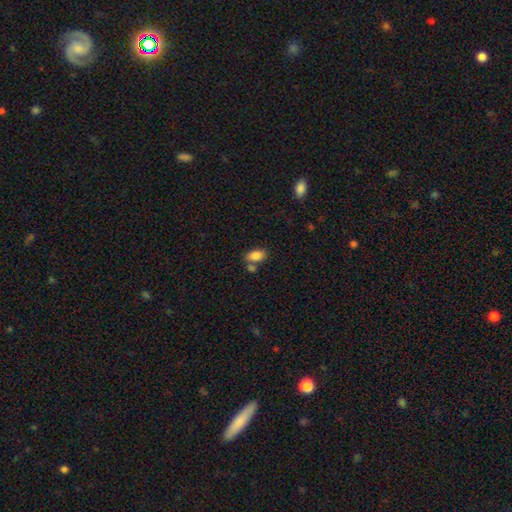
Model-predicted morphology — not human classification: type=smooth (84%); roundness=in between (91%); merging=none (57%).